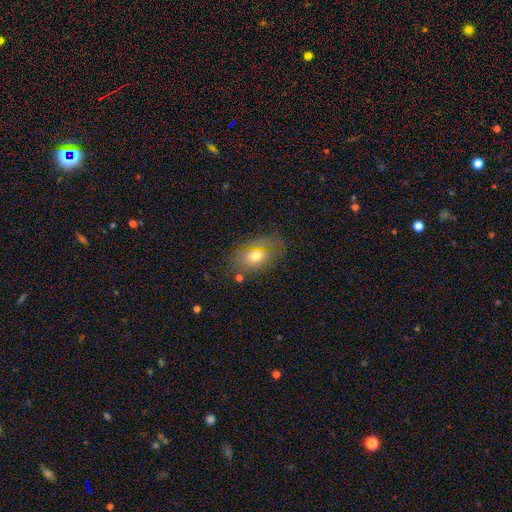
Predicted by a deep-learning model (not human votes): The model was most divided on "smooth or featured": smooth: 65%, featured or disk: 21%, star or artifact: 14%. More confident: how rounded — in between (80%); merging — none (71%).